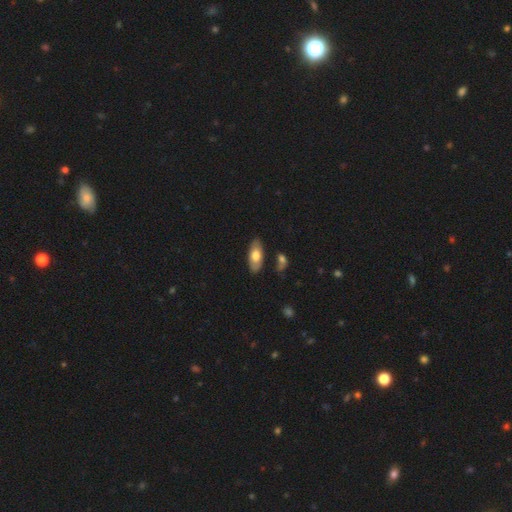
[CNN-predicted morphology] type=smooth (68%); roundness=in between (88%); merging=none (80%).